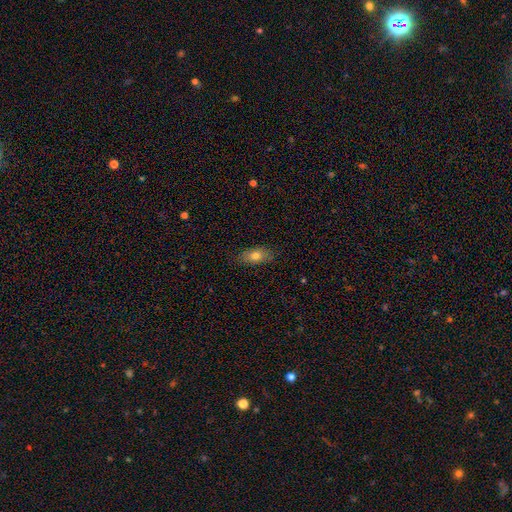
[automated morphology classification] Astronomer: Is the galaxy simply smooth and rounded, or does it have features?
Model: smooth — 76%.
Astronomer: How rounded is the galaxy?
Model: in between — 87%.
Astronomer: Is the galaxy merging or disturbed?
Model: none — 85%.